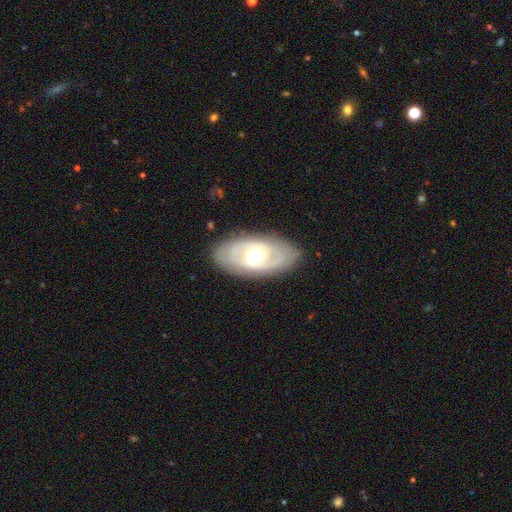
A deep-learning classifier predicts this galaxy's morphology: The model was most divided on "spiral arms": yes: 52%, no: 48%. Remaining: edge-on disk — no (90%); merging — none (83%); smooth or featured — featured or disk (68%); bulge size — moderate (62%); bar — no (43%).